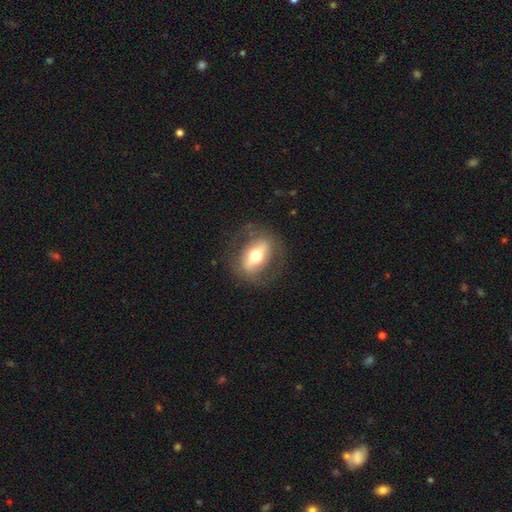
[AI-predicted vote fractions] Q: Smooth or featured?
A: featured or disk (54%); runner-up: smooth (39%)
Q: Edge-on disk?
A: no (71%); runner-up: yes (29%)
Q: Merging?
A: none (79%); runner-up: minor disturbance (13%)